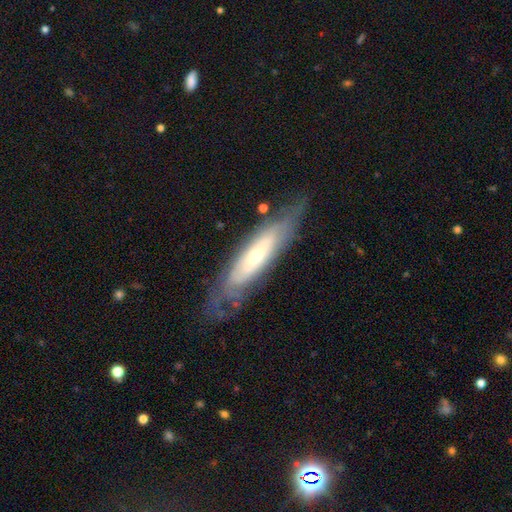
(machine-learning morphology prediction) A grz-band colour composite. It shows a featured or disk galaxy (65%). Merging: none (68%).